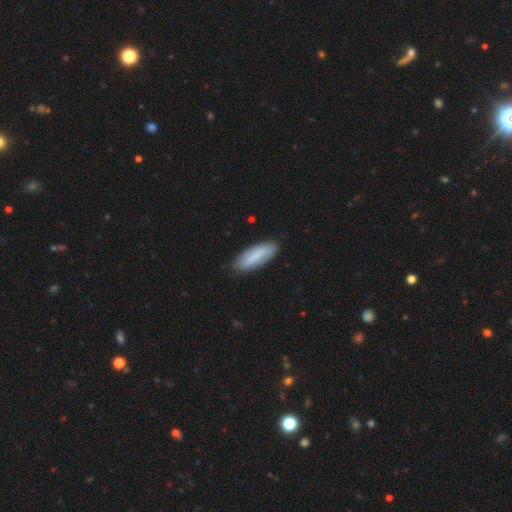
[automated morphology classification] Smooth or featured: smooth — 72% (featured or disk — 22%)
How rounded: in between — 58% (cigar-shaped — 41%)
Merging: none — 82% (minor disturbance — 14%)